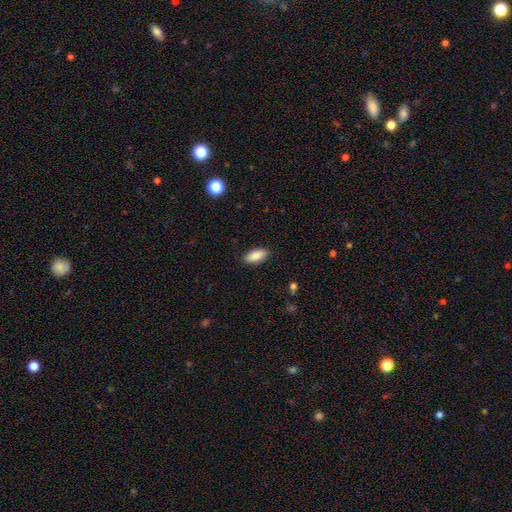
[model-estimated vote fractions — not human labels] The model was most divided on "how rounded": in between: 85%, cigar-shaped: 13%, round: 2%. More confident: merging — none (88%); smooth or featured — smooth (86%).